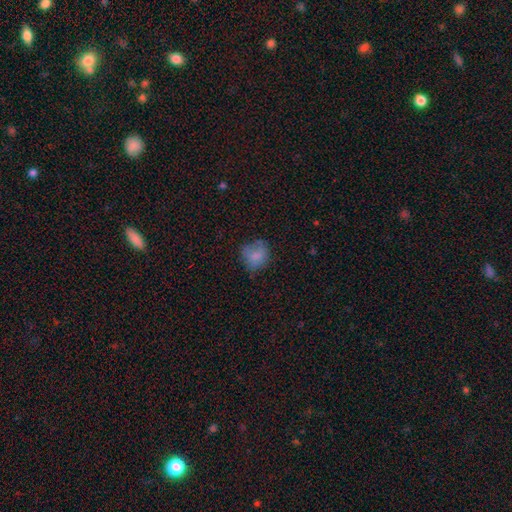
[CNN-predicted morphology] This appears to be a smooth galaxy with no disk features (77%) that is round (70%). Merging: none (58%).